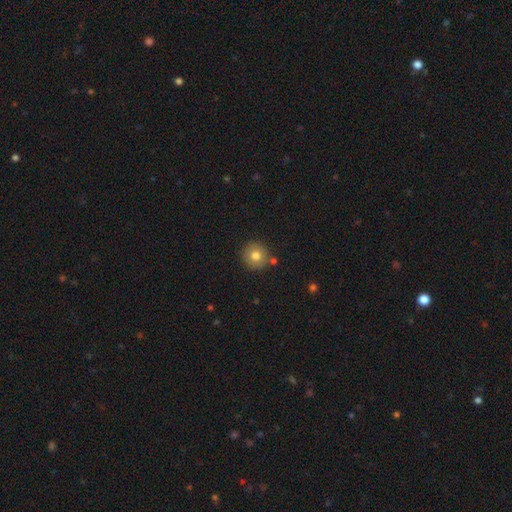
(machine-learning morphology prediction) Smooth or featured?
  - smooth: 78% *
  - featured or disk: 12%
  - star or artifact: 10%
How rounded?
  - round: 94% *
  - in between: 6%
  - cigar-shaped: 1%
Merging?
  - none: 82% *
  - minor disturbance: 9%
  - merger: 7%
  - major disturbance: 2%